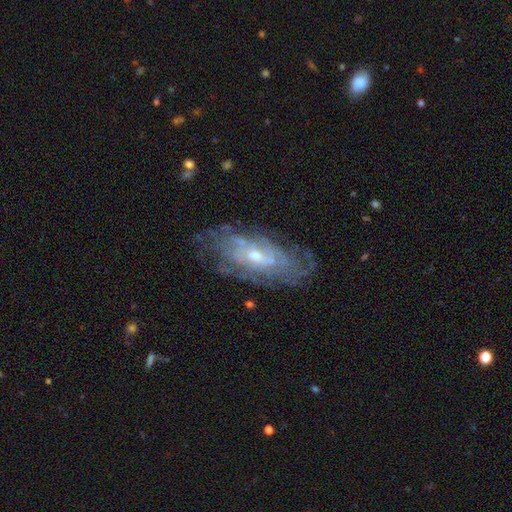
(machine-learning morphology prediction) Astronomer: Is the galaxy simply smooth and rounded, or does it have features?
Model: featured or disk — 80%.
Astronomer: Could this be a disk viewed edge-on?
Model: no — 89%.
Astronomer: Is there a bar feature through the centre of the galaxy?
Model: no — 64%.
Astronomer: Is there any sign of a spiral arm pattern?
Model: yes — 82%.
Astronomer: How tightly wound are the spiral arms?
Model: tight — 65%.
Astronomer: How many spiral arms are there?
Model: can't tell — 64%.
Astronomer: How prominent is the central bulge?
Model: small — 49% (runner-up: moderate, 47%).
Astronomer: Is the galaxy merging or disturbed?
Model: none — 70%.